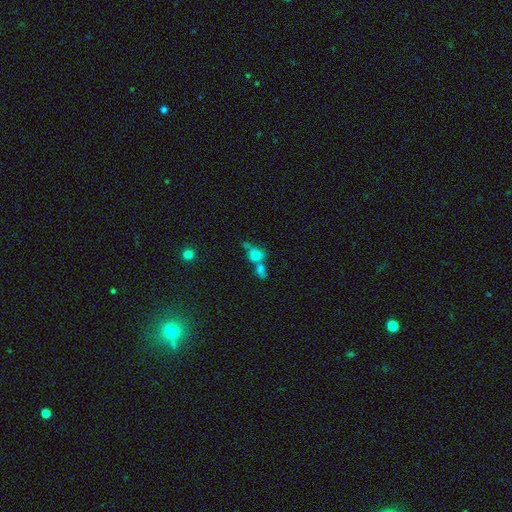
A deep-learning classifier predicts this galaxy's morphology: A smooth galaxy with no disk features (70%) that is in between round and cigar-shaped (60%).

Vote fractions:
- Smooth or featured? smooth: 70% / featured or disk: 16% / star or artifact: 14%
- How rounded? in between: 60% / round: 35% / cigar-shaped: 4%
- Merging? merger: 60% / none: 22% / minor disturbance: 10% / major disturbance: 9%